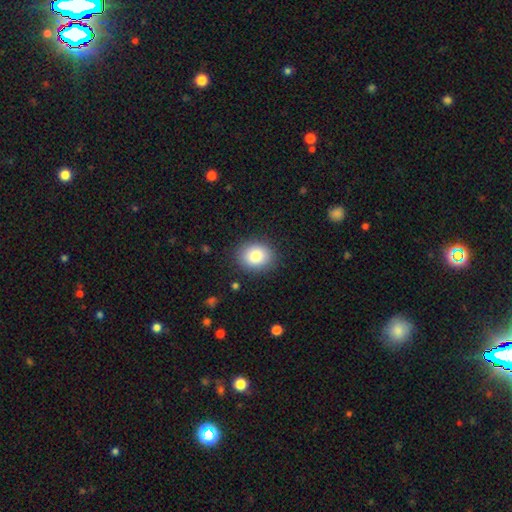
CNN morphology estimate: smooth-or-featured: smooth: 84% | star or artifact: 9% | featured or disk: 8%
  how-rounded: round: 57% | in between: 42% | cigar-shaped: 1%
  merging: none: 88% | minor disturbance: 9% | major disturbance: 3% | merger: 1%